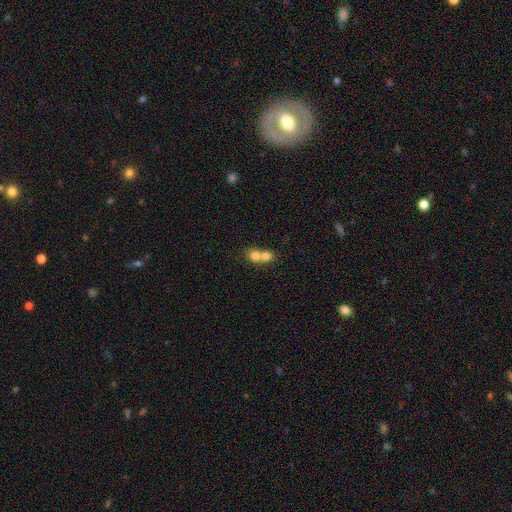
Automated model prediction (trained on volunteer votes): Smooth or featured: smooth — 75% (featured or disk — 16%)
How rounded: round — 73% (in between — 26%)
Merging: merger — 73% (none — 21%)